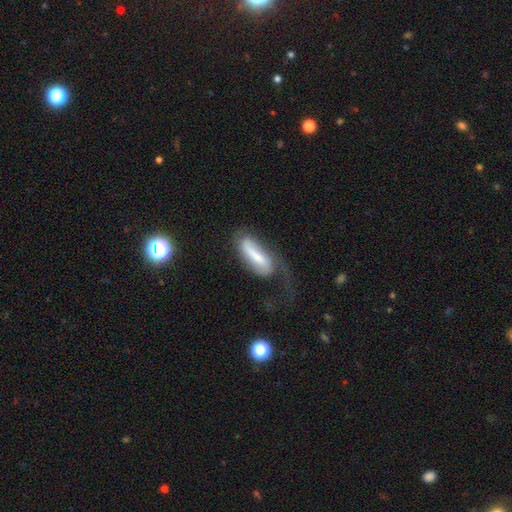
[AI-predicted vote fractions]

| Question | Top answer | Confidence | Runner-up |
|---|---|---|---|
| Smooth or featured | smooth | 53% | featured or disk (40%) |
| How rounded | in between | 56% | cigar-shaped (42%) |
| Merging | major disturbance | 50% | none (25%) |